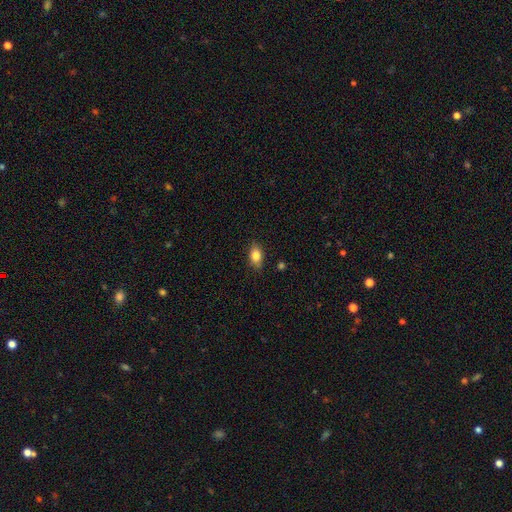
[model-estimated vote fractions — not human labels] smooth 82%, featured or disk 10%, star or artifact 8%. Down the decision tree: how rounded — in between (83%); merging — none (83%).